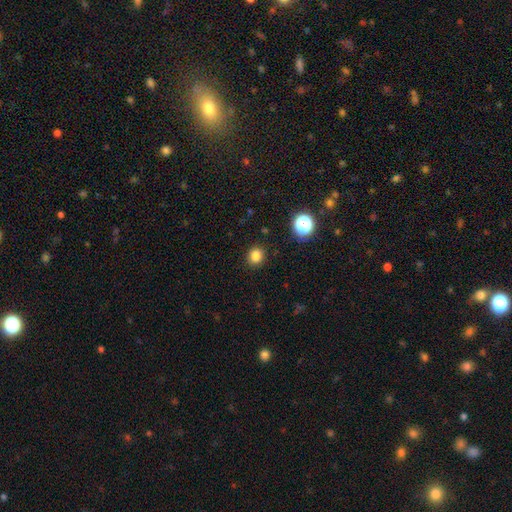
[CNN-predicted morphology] A smooth galaxy with no disk features (82%) that is round (80%). Merging: none (90%).